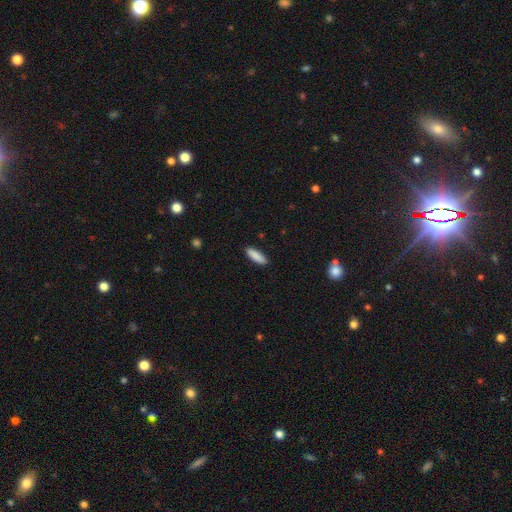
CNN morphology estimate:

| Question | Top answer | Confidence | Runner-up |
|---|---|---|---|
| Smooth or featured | smooth | 89% | star or artifact (6%) |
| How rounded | cigar-shaped | 53% | in between (46%) |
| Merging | none | 90% | minor disturbance (8%) |